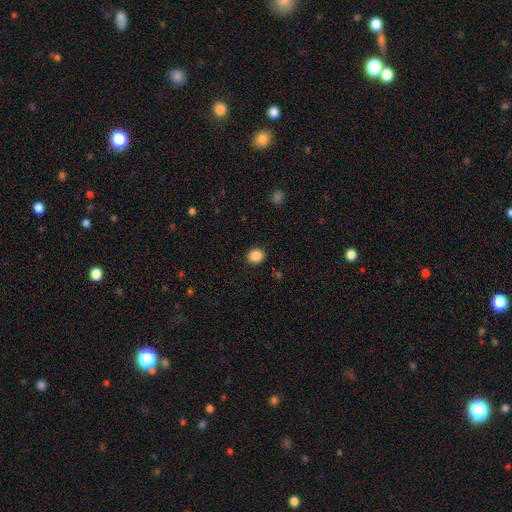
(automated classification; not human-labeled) Morphology: type=smooth (87%); roundness=round (76%); merging=none (91%).